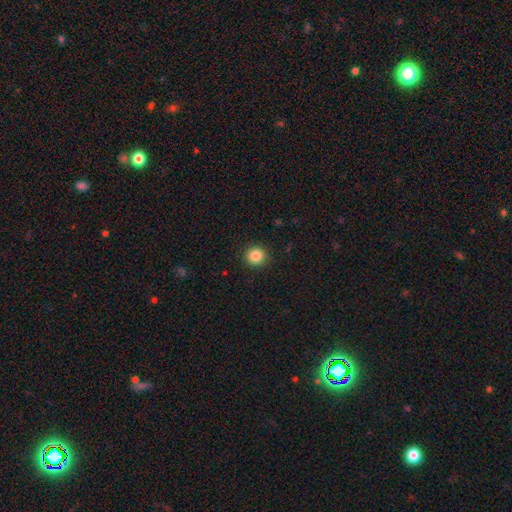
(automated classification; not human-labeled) Q: Smooth or featured?
A: smooth (86%); runner-up: star or artifact (10%)
Q: How rounded?
A: round (93%); runner-up: in between (6%)
Q: Merging?
A: none (92%); runner-up: minor disturbance (5%)